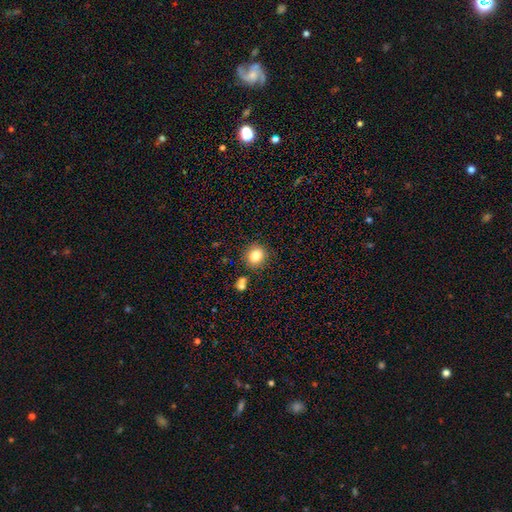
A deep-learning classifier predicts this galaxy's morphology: smooth_or_featured: smooth (p=0.82) [alt: star or artifact p=0.11]
how_rounded: round (p=0.80) [alt: in between p=0.19]
merging: none (p=0.82) [alt: minor disturbance p=0.09]